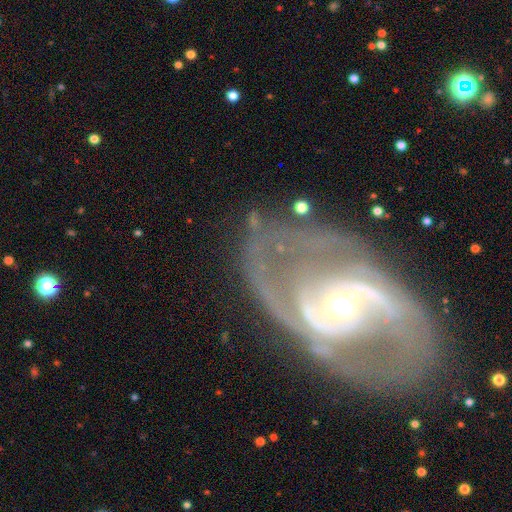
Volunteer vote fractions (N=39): smooth-or-featured: featured or disk: 77% | smooth: 18% | star or artifact: 5%
  disk-edge-on: no: 90% | yes: 10%
    bar: no: 56% | weak: 26% | strong: 19%
    has-spiral-arms: yes: 93% | no: 7%
      spiral-winding: medium: 68% | tight: 24% | loose: 8%
      spiral-arm-count: 2: 64% | 4: 16% | can't tell: 12% | 3: 8% | 1: 0% | more than 4: 0%
    bulge-size: moderate: 59% | small: 22% | large: 11% | dominant: 4% | none: 4%
  merging: none: 62% | minor disturbance: 19% | major disturbance: 14% | merger: 5%